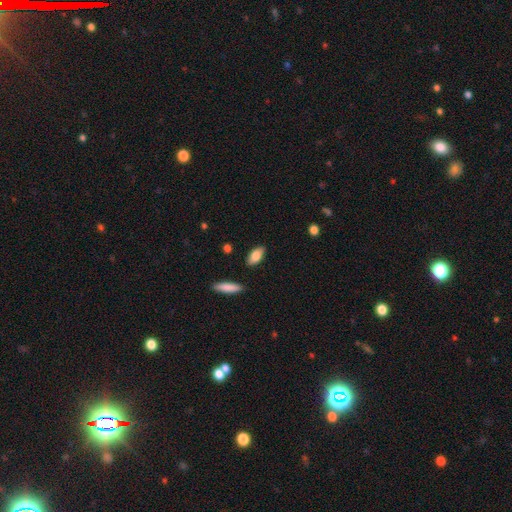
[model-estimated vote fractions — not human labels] The model was most divided on "smooth or featured": smooth: 82%, featured or disk: 12%, star or artifact: 7%. More confident: how rounded — in between (86%); merging — none (85%).